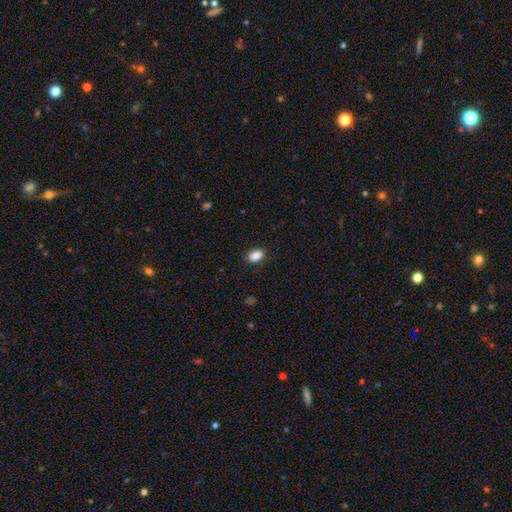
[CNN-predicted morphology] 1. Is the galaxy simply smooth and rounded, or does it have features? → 88% smooth, 9% star or artifact, 3% featured or disk.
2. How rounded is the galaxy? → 78% in between, 20% round, 1% cigar-shaped.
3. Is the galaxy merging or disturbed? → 88% none, 9% minor disturbance, 2% major disturbance, 1% merger.